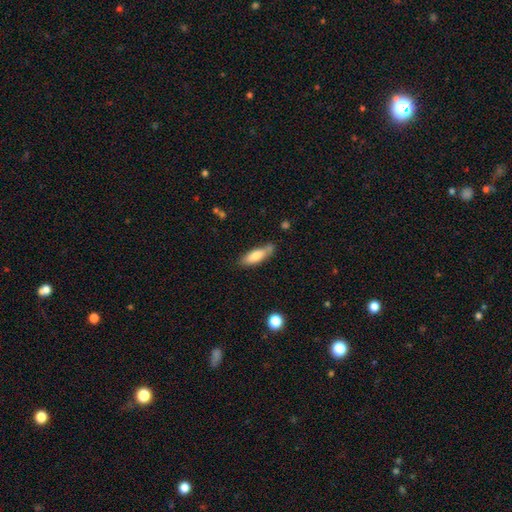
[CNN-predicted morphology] Overall: smooth (77%). How rounded: in between (55%; cigar-shaped 43%). Merging: none (64%).